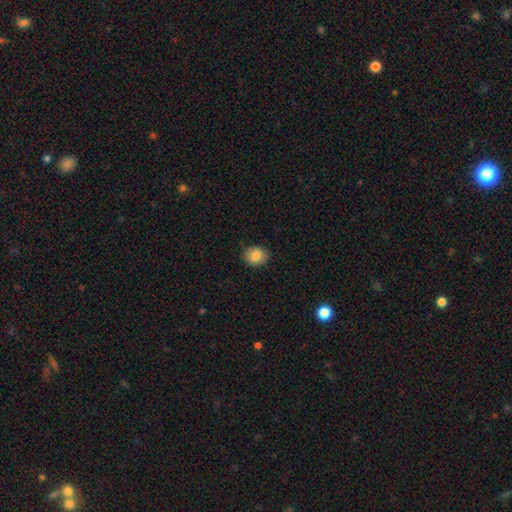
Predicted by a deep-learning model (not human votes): Overall: smooth (84%). How rounded: round (58%; in between 41%). Merging: none (84%).